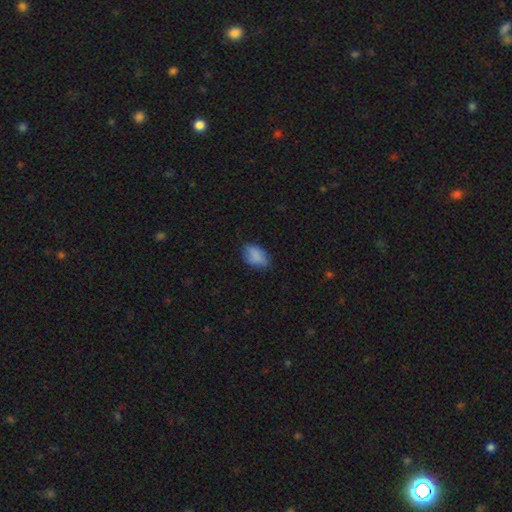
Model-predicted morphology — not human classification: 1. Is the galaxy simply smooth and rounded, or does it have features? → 83% smooth, 9% star or artifact, 8% featured or disk.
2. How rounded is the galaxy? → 89% in between, 9% round, 2% cigar-shaped.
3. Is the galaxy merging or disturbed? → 66% none, 27% minor disturbance, 6% major disturbance, 1% merger.